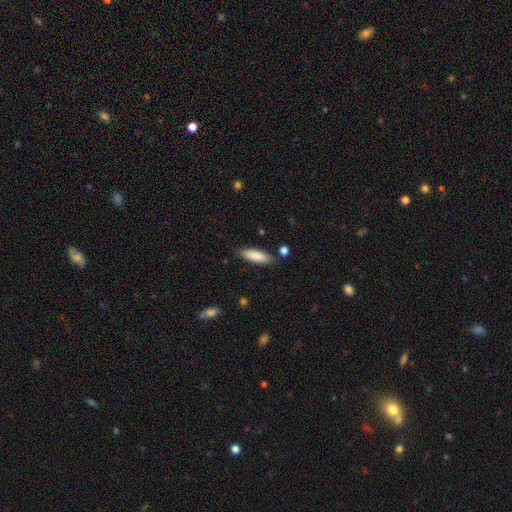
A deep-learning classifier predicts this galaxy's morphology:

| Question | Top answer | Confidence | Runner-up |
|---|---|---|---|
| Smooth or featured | smooth | 86% | featured or disk (9%) |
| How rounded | in between | 51% | cigar-shaped (48%) |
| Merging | none | 84% | minor disturbance (11%) |